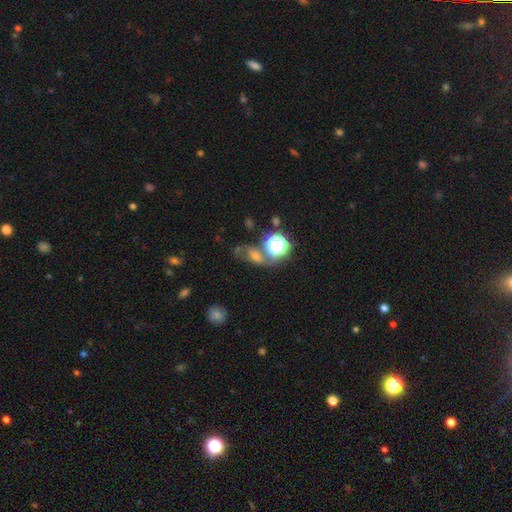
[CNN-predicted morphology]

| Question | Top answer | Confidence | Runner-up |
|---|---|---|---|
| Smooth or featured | smooth | 38% | star or artifact (36%) |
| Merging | none | 52% | merger (19%) |